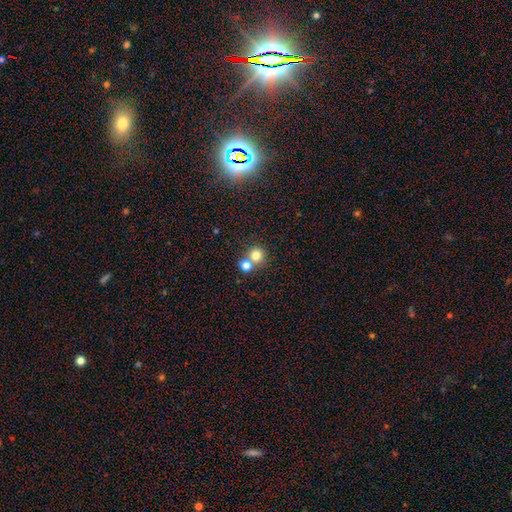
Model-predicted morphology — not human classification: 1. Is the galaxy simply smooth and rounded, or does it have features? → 79% smooth, 12% star or artifact, 9% featured or disk.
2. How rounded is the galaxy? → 90% round, 9% in between, 1% cigar-shaped.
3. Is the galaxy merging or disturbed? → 49% none, 43% merger, 5% minor disturbance, 2% major disturbance.